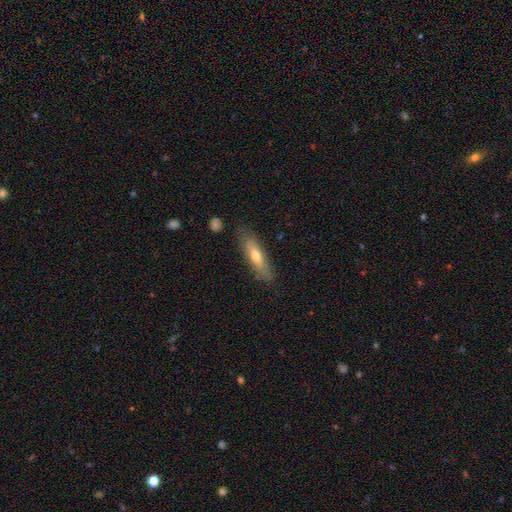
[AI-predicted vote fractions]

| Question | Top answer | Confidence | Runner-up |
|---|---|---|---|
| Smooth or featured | smooth | 58% | featured or disk (36%) |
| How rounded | cigar-shaped | 72% | in between (26%) |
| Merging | none | 82% | minor disturbance (14%) |